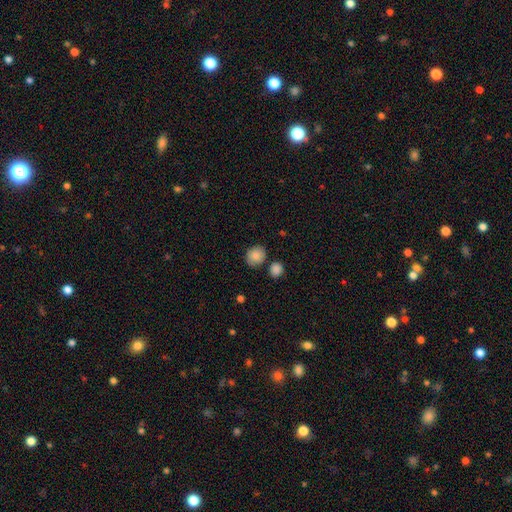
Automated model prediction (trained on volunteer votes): The model was most divided on "how rounded": round: 71%, in between: 28%, cigar-shaped: 1%. More confident: smooth or featured — smooth (86%); merging — none (77%).